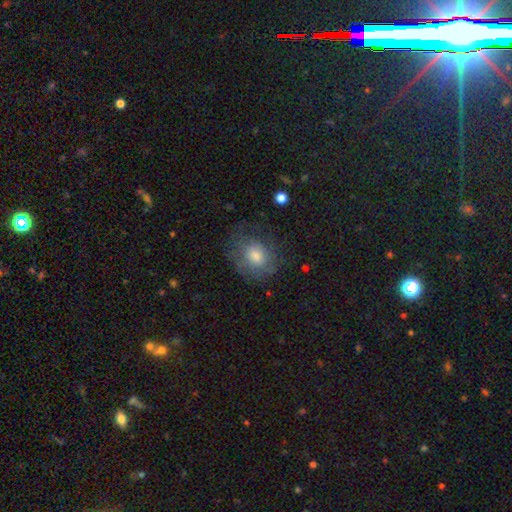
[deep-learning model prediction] The model was most divided on "how rounded": round: 55%, in between: 44%, cigar-shaped: 1%. More confident: smooth or featured — smooth (63%); merging — none (62%).